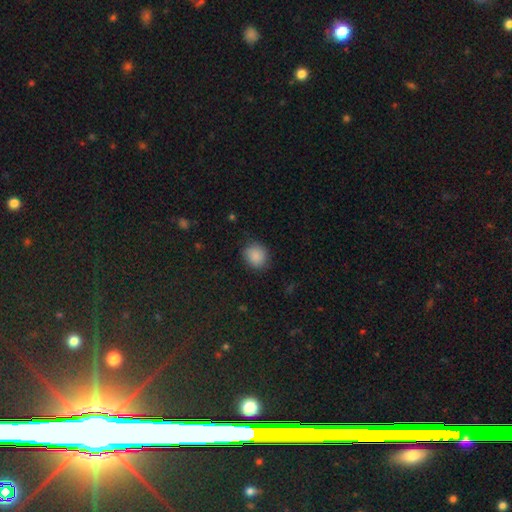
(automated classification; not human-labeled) Smooth or featured: smooth — 86% (star or artifact — 9%)
How rounded: round — 77% (in between — 22%)
Merging: none — 80% (minor disturbance — 15%)